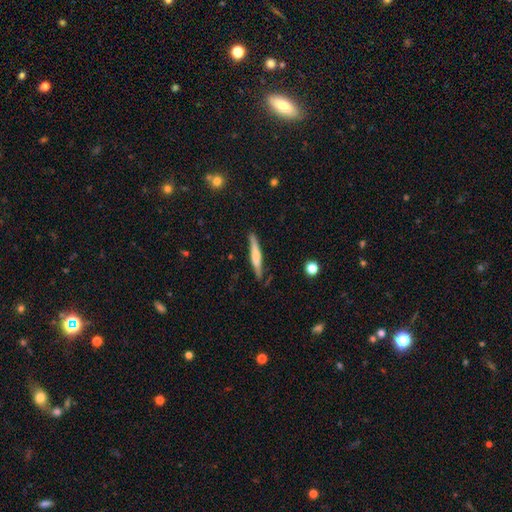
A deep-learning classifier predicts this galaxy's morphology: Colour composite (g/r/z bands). It shows a smooth galaxy with no disk features (54%) that is cigar-shaped (92%). Merging: none (79%).